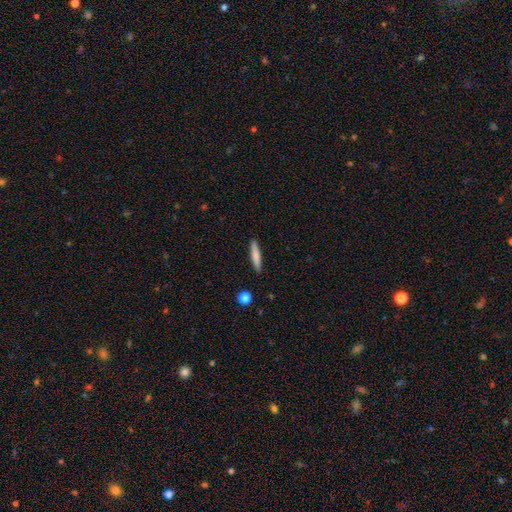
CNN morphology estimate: Smooth or featured? Predicted: smooth (p=0.74). How rounded? Predicted: cigar-shaped (p=0.91). Merging? Predicted: none (p=0.90).